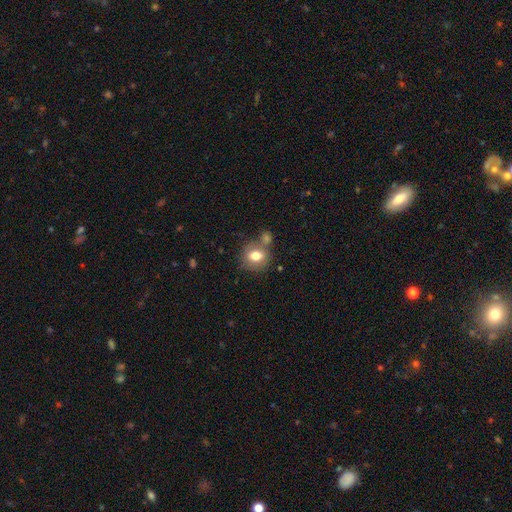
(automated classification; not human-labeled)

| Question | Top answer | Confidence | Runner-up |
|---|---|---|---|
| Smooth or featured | smooth | 76% | featured or disk (14%) |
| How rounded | round | 59% | in between (40%) |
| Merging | none | 57% | merger (23%) |